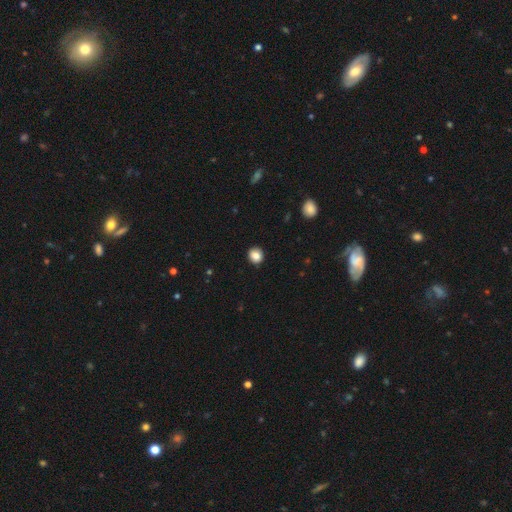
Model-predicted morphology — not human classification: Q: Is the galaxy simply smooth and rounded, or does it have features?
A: smooth — 85%.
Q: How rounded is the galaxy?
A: round — 81%.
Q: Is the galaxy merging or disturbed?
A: none — 89%.